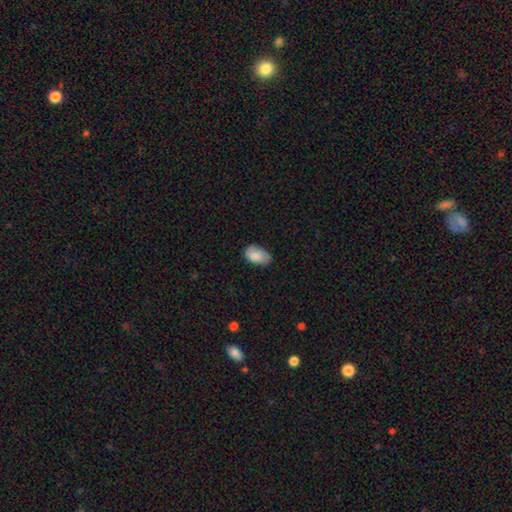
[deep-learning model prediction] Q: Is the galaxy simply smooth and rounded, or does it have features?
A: smooth — 82%.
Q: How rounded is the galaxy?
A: in between — 92%.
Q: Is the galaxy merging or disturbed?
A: none — 69%.